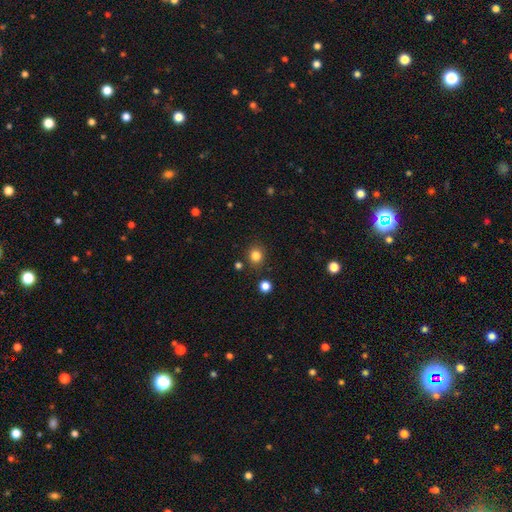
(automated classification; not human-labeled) A smooth galaxy with no disk features (83%) that is round (81%).

Vote fractions:
- Smooth or featured? smooth: 83% / star or artifact: 13% / featured or disk: 5%
- How rounded? round: 81% / in between: 19% / cigar-shaped: 1%
- Merging? none: 85% / minor disturbance: 9% / merger: 4% / major disturbance: 3%